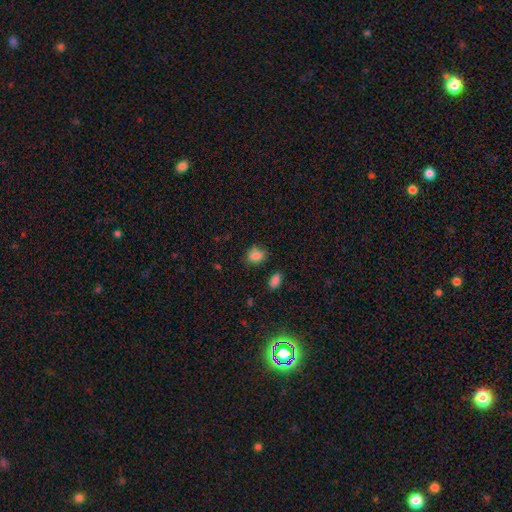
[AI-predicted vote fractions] Smooth or featured?
  - smooth: 82% *
  - star or artifact: 11%
  - featured or disk: 7%
How rounded?
  - in between: 59% *
  - round: 40%
  - cigar-shaped: 1%
Merging?
  - none: 70% *
  - minor disturbance: 20%
  - merger: 5%
  - major disturbance: 4%